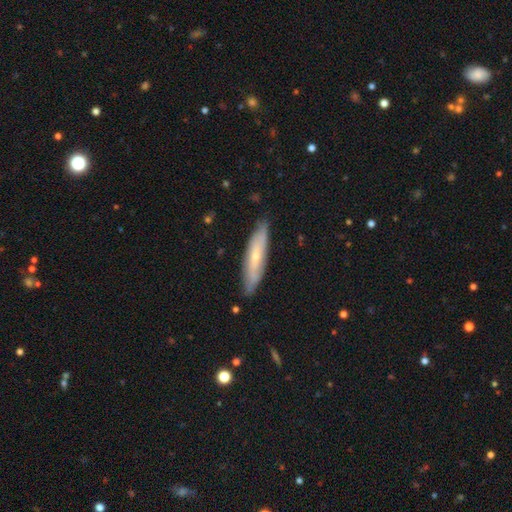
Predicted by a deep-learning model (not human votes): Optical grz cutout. It shows a featured or disk galaxy (53%) viewed edge-on (59%). Merging: none (85%).